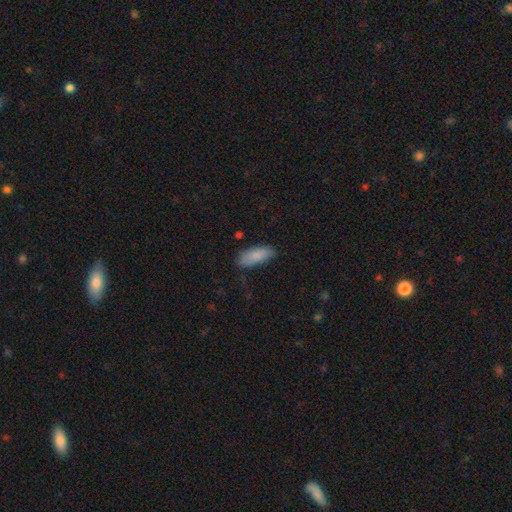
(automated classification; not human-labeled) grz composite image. It shows a smooth galaxy with no disk features (86%) that is in between round and cigar-shaped (79%). Merging: none (74%).